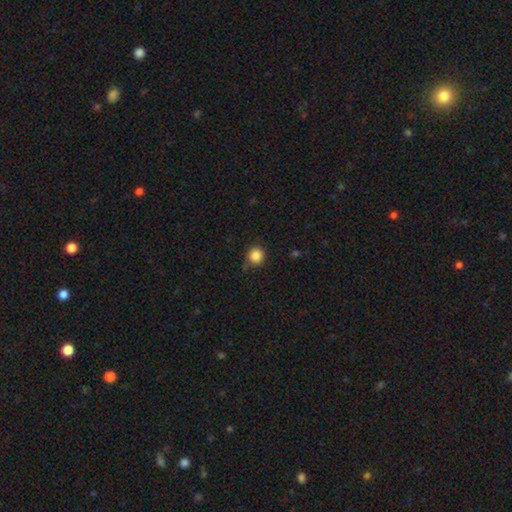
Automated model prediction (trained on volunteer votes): This is clearly a smooth galaxy (86%). How rounded: clearly round (91%). Merging: likely none (74%).